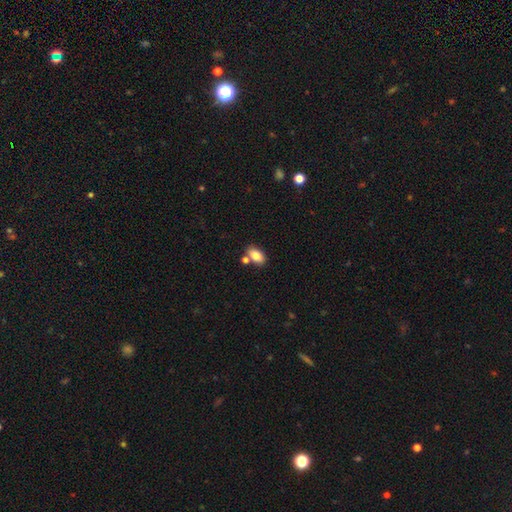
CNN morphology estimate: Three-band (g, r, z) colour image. It shows a smooth galaxy with no disk features (82%) that is in between round and cigar-shaped (89%). Merging: none (68%).